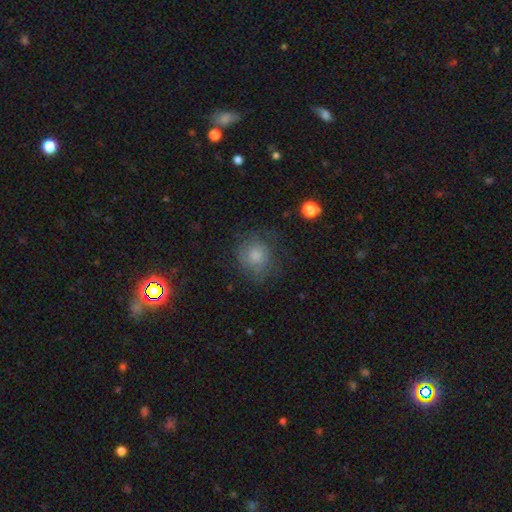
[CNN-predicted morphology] Q: Smooth or featured?
A: smooth (68%); runner-up: featured or disk (21%)
Q: How rounded?
A: round (83%); runner-up: in between (16%)
Q: Merging?
A: none (63%); runner-up: minor disturbance (22%)